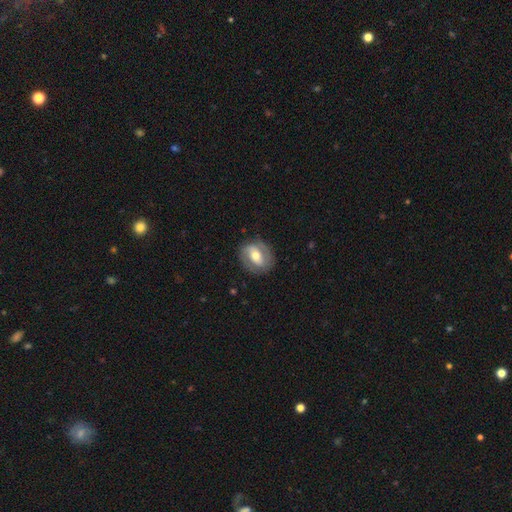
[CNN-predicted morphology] This is likely a featured or disk galaxy (67%). It is clearly not viewed edge-on (96%). Bar: marginally weak (38%). Spiral arm pattern: likely yes (76%). Central bulge: likely moderate (72%). Merging: likely none (79%).